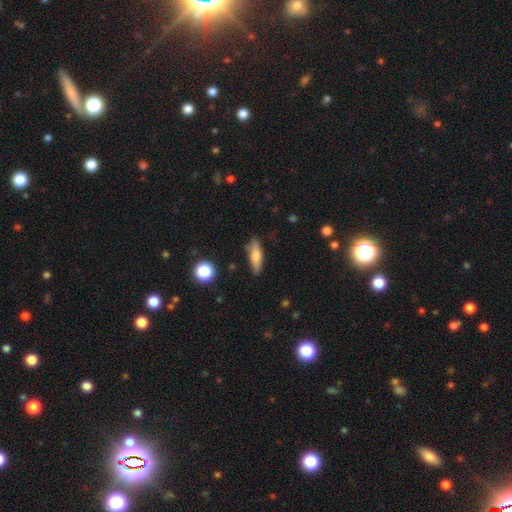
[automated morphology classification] Smooth or featured: smooth — 69% (featured or disk — 24%)
How rounded: cigar-shaped — 57% (in between — 40%)
Merging: none — 82% (minor disturbance — 13%)